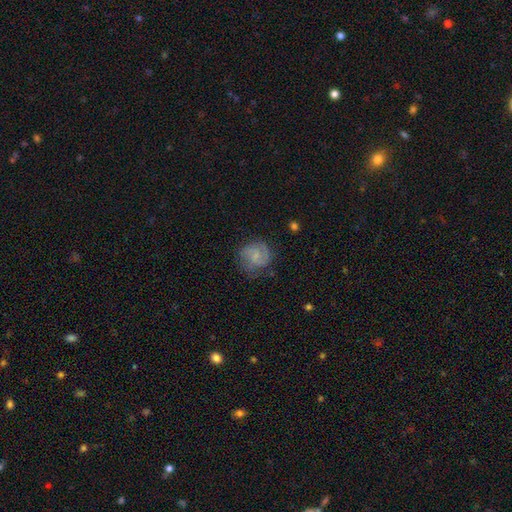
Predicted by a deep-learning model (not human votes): A smooth galaxy with no disk features (47%). Merging: none (60%).